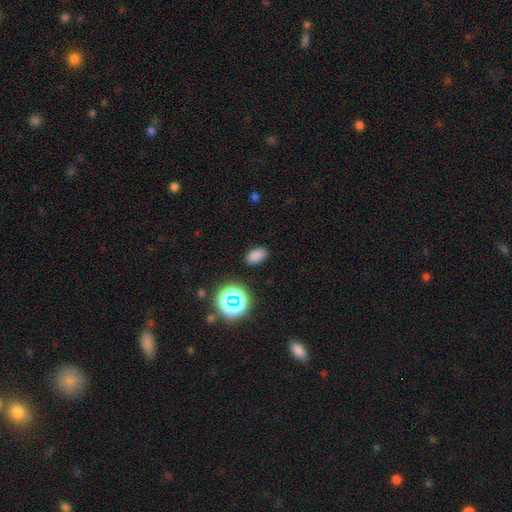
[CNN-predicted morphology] smooth-or-featured: smooth: 78% | star or artifact: 17% | featured or disk: 5%
  how-rounded: in between: 89% | round: 9% | cigar-shaped: 2%
  merging: none: 86% | minor disturbance: 9% | major disturbance: 3% | merger: 2%